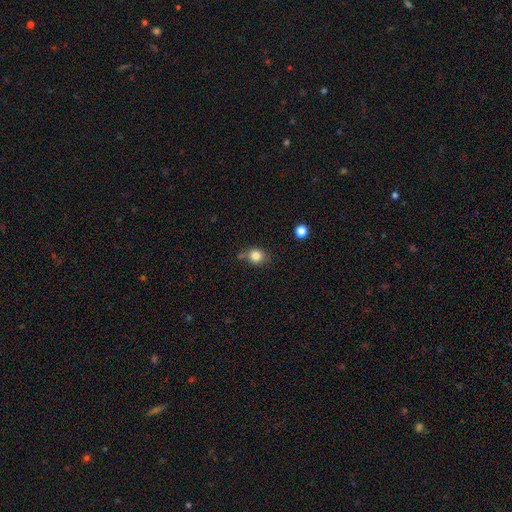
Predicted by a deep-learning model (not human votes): smooth_or_featured: smooth (p=0.83) [alt: star or artifact p=0.11]
how_rounded: round (p=0.75) [alt: in between p=0.24]
merging: none (p=0.67) [alt: minor disturbance p=0.19]